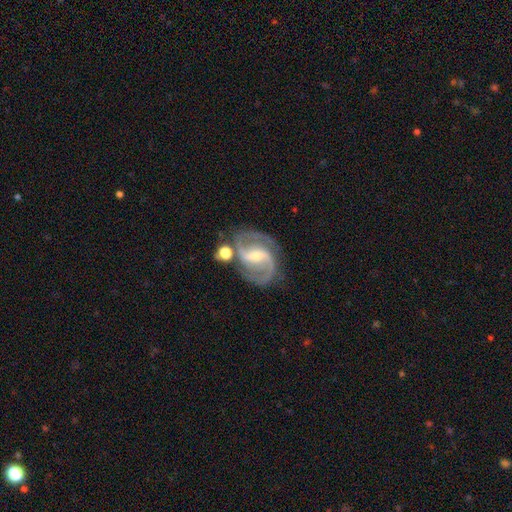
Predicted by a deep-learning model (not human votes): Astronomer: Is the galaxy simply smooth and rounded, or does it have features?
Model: featured or disk — 90%.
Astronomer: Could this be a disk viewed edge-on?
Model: no — 98%.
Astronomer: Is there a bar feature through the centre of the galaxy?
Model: weak — 49% (runner-up: strong, 33%).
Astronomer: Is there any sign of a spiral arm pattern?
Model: yes — 98%.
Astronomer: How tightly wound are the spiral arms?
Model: medium — 61%.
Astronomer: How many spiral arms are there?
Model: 2 — 87%.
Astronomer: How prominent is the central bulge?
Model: small — 58% (runner-up: moderate, 36%).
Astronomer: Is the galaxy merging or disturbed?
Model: none — 71%.